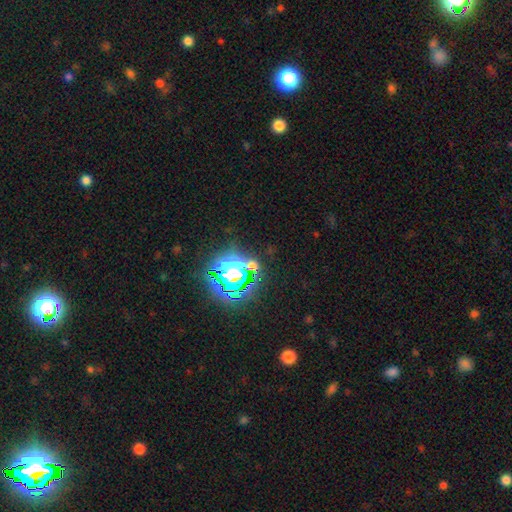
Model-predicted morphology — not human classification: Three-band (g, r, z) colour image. It shows a star or artifact, not a galaxy (80%).